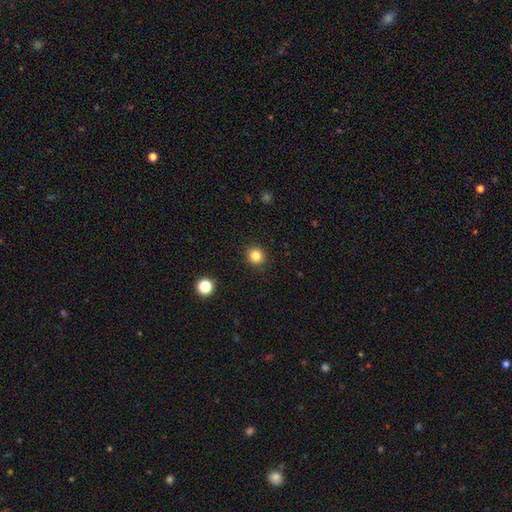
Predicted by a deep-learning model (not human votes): smooth_or_featured: smooth (p=0.82) [alt: star or artifact p=0.13]
how_rounded: round (p=0.92) [alt: in between p=0.07]
merging: none (p=0.91) [alt: minor disturbance p=0.06]